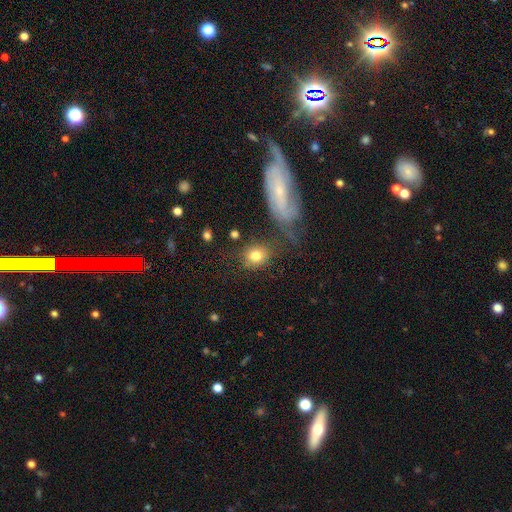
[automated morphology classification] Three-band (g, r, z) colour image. It shows a smooth galaxy with no disk features (77%) that is round (58%). Merging: none (64%).